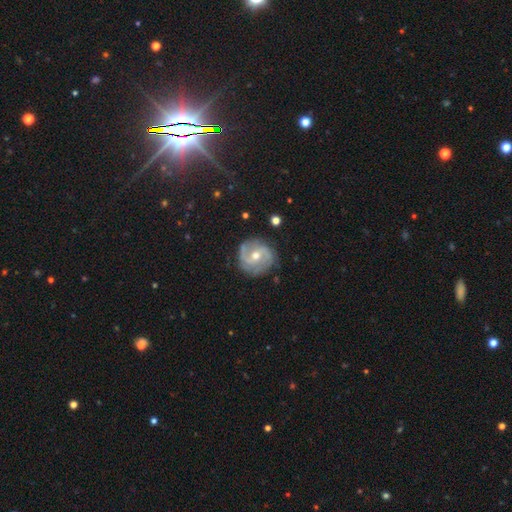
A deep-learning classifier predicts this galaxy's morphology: type=featured or disk (83%); edge-on=no (98%); bar=weak (45%); spiral arms=yes (94%); winding=medium (44%); arm count=2 (67%); bulge=moderate (67%); merging=none (81%).